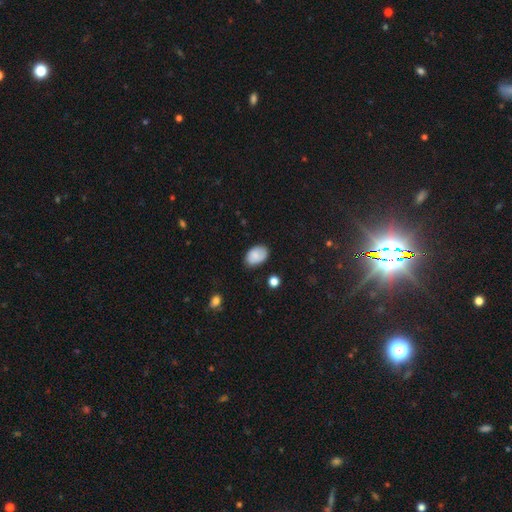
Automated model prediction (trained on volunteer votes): Smooth or featured? Predicted: smooth (p=0.82). How rounded? Predicted: in between (p=0.87). Merging? Predicted: none (p=0.72).